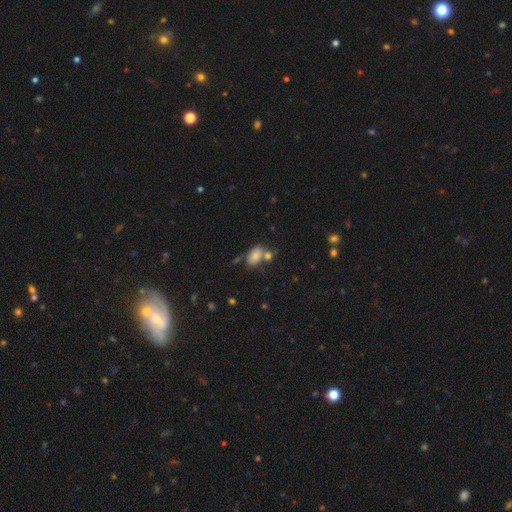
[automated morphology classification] The model was most divided on "merging": none: 46%, merger: 32%, minor disturbance: 16%, major disturbance: 6%. More confident: how rounded — in between (90%); smooth or featured — smooth (80%).